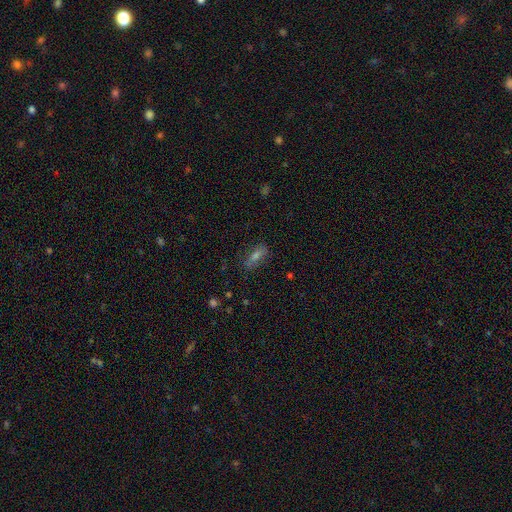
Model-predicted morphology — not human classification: smooth 53%, featured or disk 28%, star or artifact 19%. Down the decision tree: how rounded — in between (56%); merging — none (79%).